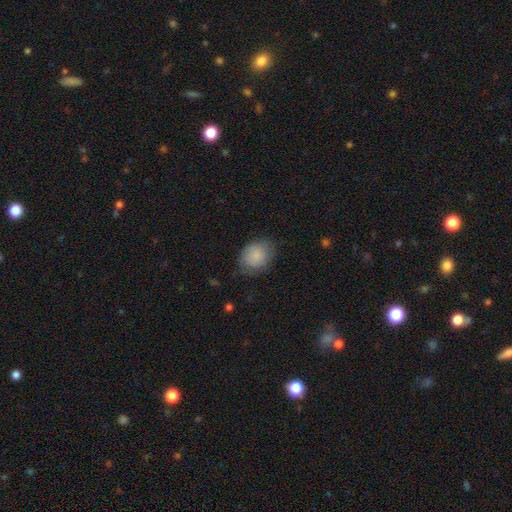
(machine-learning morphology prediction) The model was most divided on "how rounded": round: 55%, in between: 44%, cigar-shaped: 1%. More confident: smooth or featured — smooth (85%); merging — none (70%).